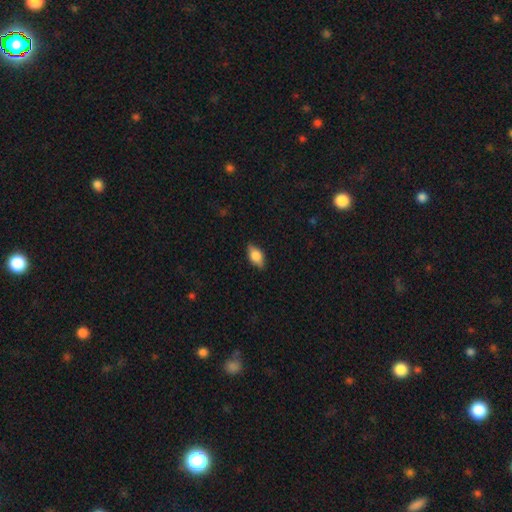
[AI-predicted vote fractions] smooth_or_featured: smooth (p=0.75) [alt: featured or disk p=0.18]
how_rounded: in between (p=0.87) [alt: cigar-shaped p=0.07]
merging: none (p=0.84) [alt: minor disturbance p=0.12]